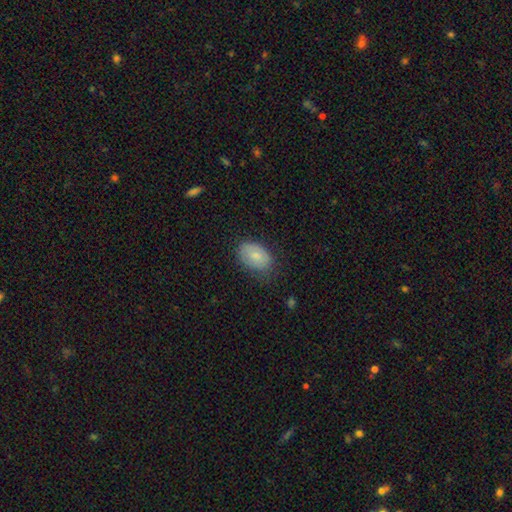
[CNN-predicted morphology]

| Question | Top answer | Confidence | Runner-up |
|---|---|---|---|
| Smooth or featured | smooth | 78% | featured or disk (15%) |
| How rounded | in between | 85% | round (14%) |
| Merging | none | 69% | minor disturbance (24%) |